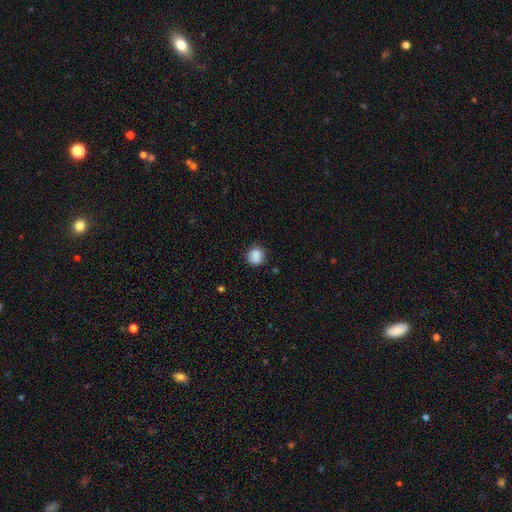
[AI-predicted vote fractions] This appears to be a smooth galaxy with no disk features (87%) that is round (88%). Merging: none (83%).